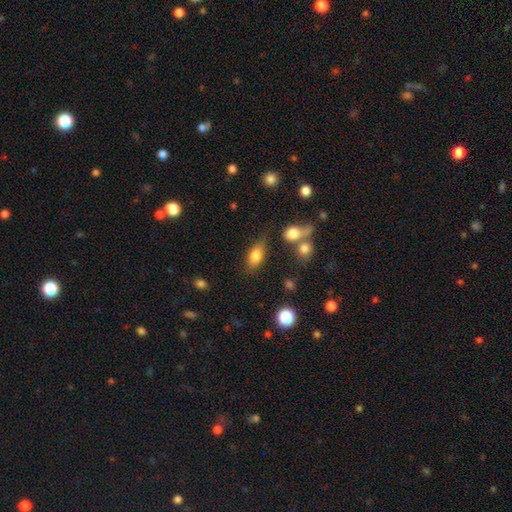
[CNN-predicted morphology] Q: Smooth or featured?
A: smooth (80%); runner-up: featured or disk (11%)
Q: How rounded?
A: in between (86%); runner-up: round (9%)
Q: Merging?
A: none (66%); runner-up: minor disturbance (17%)